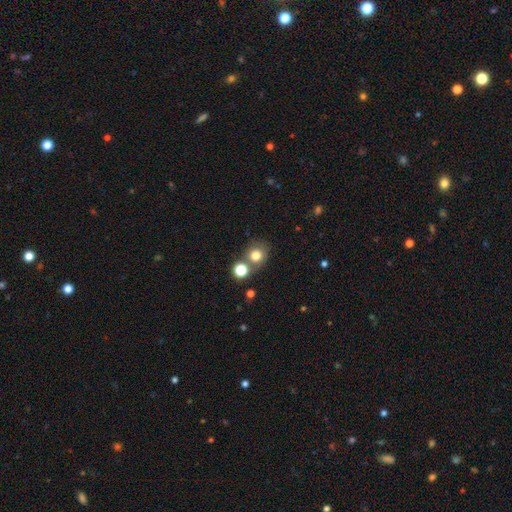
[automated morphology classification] This appears to be a smooth galaxy with no disk features (77%) that is round (82%). Merging: none (62%).